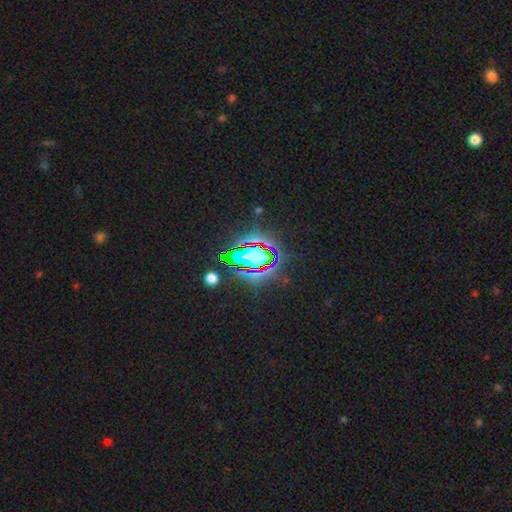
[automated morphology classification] The model was most divided on "smooth or featured": star or artifact: 76%, smooth: 12%, featured or disk: 11%.